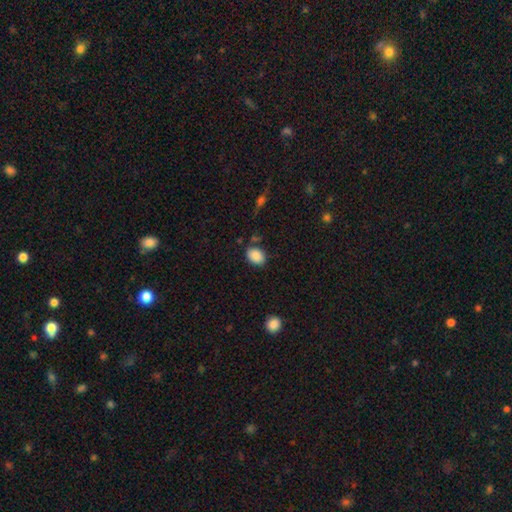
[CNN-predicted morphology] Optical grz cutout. It shows a smooth galaxy with no disk features (88%) that is in between round and cigar-shaped (72%). Merging: none (77%).